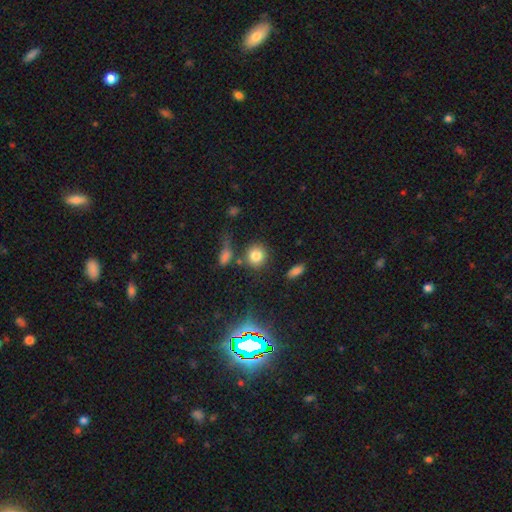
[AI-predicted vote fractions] smooth-or-featured: smooth: 80% | star or artifact: 12% | featured or disk: 7%
  how-rounded: round: 85% | in between: 14% | cigar-shaped: 2%
  merging: none: 75% | minor disturbance: 11% | merger: 9% | major disturbance: 5%